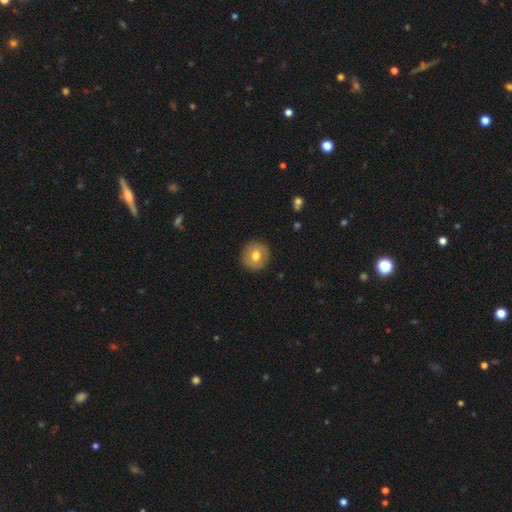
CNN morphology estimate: Smooth or featured?
  - smooth: 68% *
  - featured or disk: 24%
  - star or artifact: 8%
How rounded?
  - round: 95% *
  - in between: 4%
  - cigar-shaped: 1%
Merging?
  - none: 91% *
  - minor disturbance: 7%
  - major disturbance: 2%
  - merger: 1%